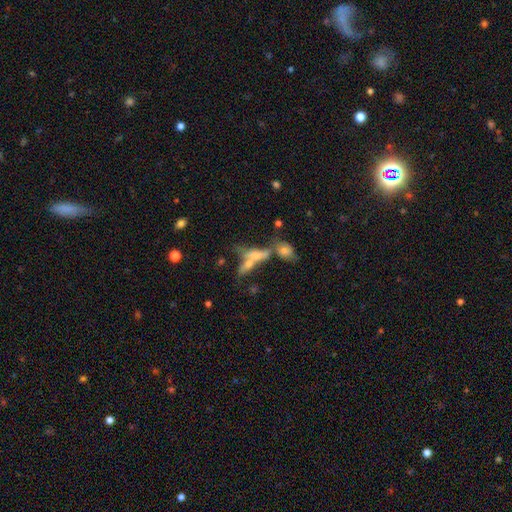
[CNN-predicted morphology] smooth-or-featured: featured or disk: 42% | smooth: 39% | star or artifact: 19%
  merging: merger: 45% | none: 32% | minor disturbance: 12% | major disturbance: 11%